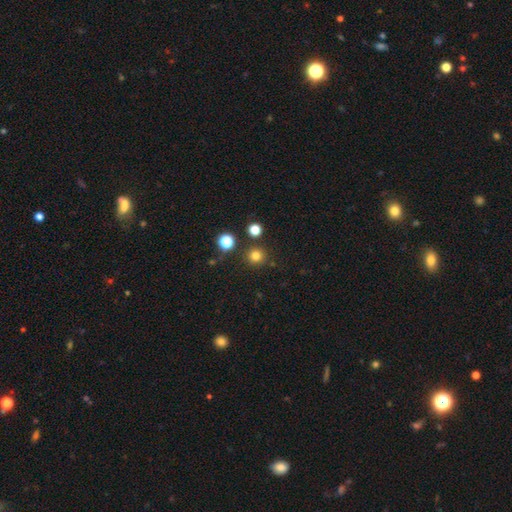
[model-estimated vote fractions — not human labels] The model was most divided on "smooth or featured": smooth: 78%, star or artifact: 16%, featured or disk: 5%. More confident: how rounded — round (95%); merging — none (86%).